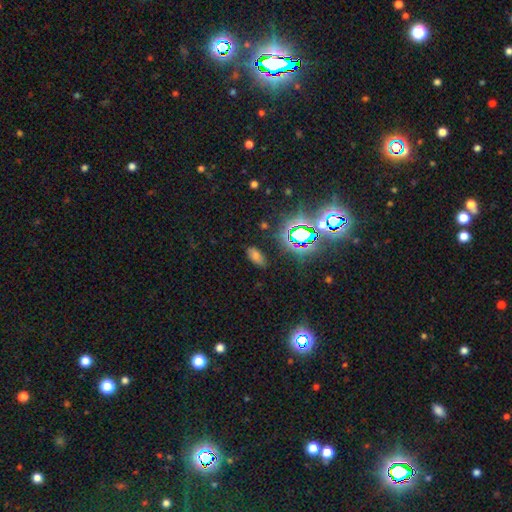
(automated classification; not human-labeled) Q: Smooth or featured?
A: smooth (53%); runner-up: star or artifact (36%)
Q: How rounded?
A: in between (85%); runner-up: cigar-shaped (8%)
Q: Merging?
A: none (84%); runner-up: minor disturbance (10%)